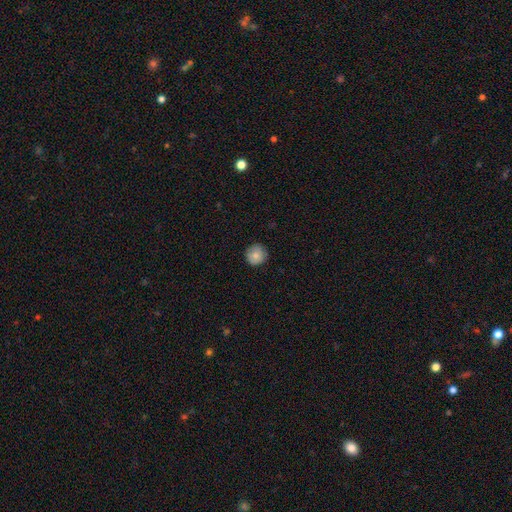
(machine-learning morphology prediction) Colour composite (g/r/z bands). It shows a smooth galaxy with no disk features (81%) that is round (95%). Merging: none (87%).